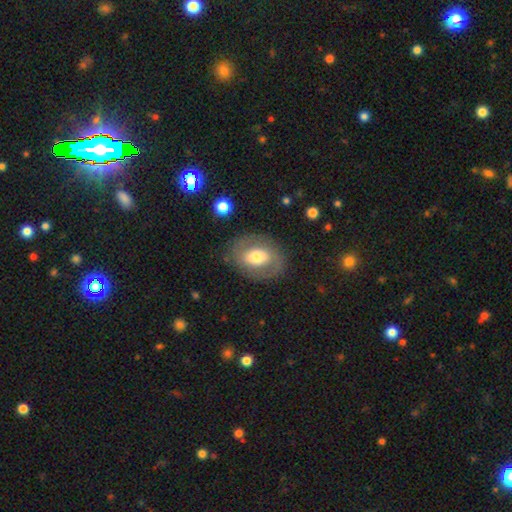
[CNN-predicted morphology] A smooth galaxy with no disk features (51%) that is in between round and cigar-shaped (64%). Merging: none (79%).